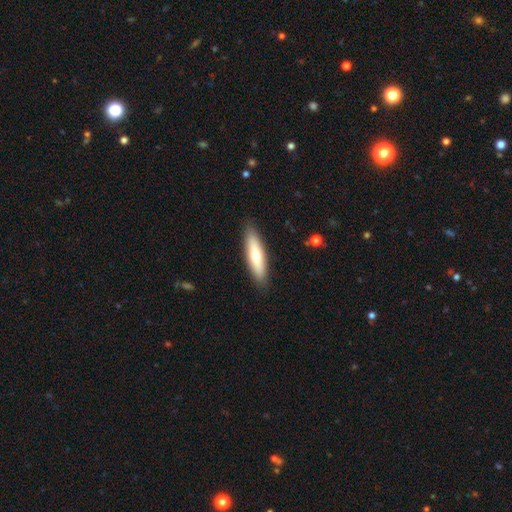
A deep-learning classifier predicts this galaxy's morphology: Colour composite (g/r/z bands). It shows a smooth galaxy with no disk features (67%) that is cigar-shaped (68%). Merging: none (88%).